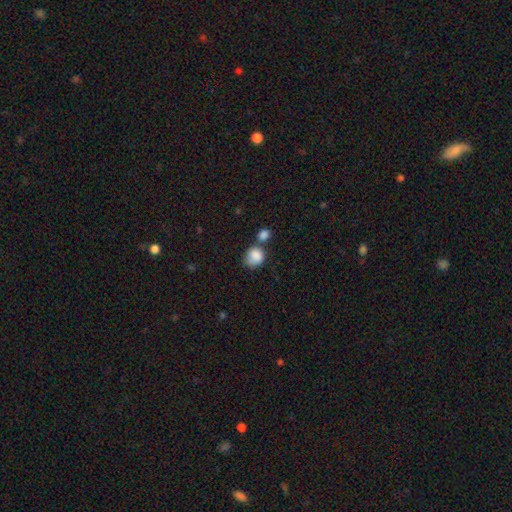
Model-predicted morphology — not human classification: Smooth or featured?
  - smooth: 86% *
  - star or artifact: 8%
  - featured or disk: 6%
How rounded?
  - round: 65% *
  - in between: 34%
  - cigar-shaped: 1%
Merging?
  - none: 41% *
  - merger: 32%
  - minor disturbance: 19%
  - major disturbance: 8%